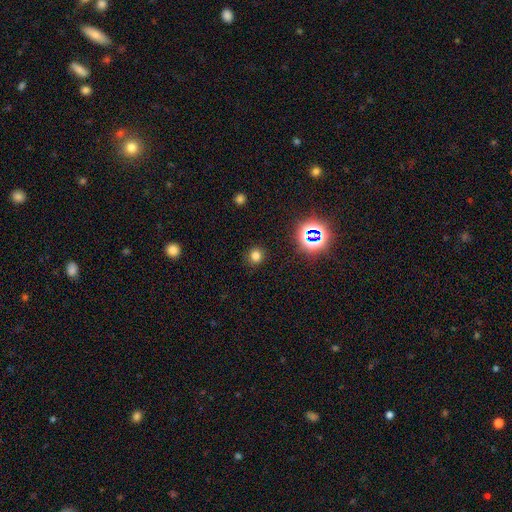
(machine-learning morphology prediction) Smooth or featured?
  - smooth: 74% *
  - star or artifact: 21%
  - featured or disk: 5%
How rounded?
  - round: 86% *
  - in between: 13%
  - cigar-shaped: 1%
Merging?
  - none: 88% *
  - minor disturbance: 7%
  - major disturbance: 3%
  - merger: 1%